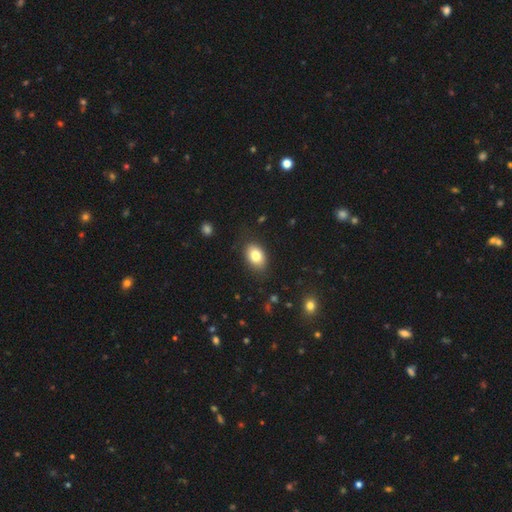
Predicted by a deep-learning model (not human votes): This is clearly a smooth galaxy (80%). How rounded: clearly in between (84%). Merging: clearly none (82%).